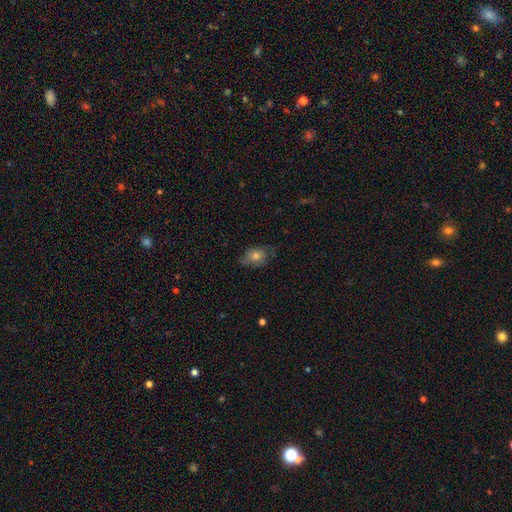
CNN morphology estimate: smooth 65%, featured or disk 23%, star or artifact 11%. Down the decision tree: how rounded — in between (74%); merging — none (68%).